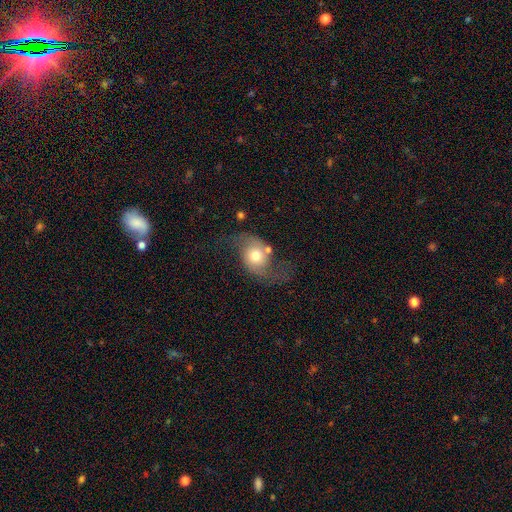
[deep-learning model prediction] Smooth or featured?
  - featured or disk: 69% *
  - smooth: 23%
  - star or artifact: 8%
Edge-on disk?
  - no: 96% *
  - yes: 4%
Bar?
  - no: 74% *
  - weak: 21%
  - strong: 5%
Spiral arms?
  - yes: 90% *
  - no: 10%
Spiral winding?
  - loose: 78% *
  - medium: 18%
  - tight: 4%
Spiral arm count?
  - 2: 92% *
  - can't tell: 2%
  - 1: 2%
  - 3: 1%
  - 4: 1%
  - more than 4: 1%
Bulge size?
  - moderate: 64% *
  - large: 16%
  - small: 13%
  - dominant: 4%
  - none: 2%
Merging?
  - none: 54% *
  - major disturbance: 20%
  - minor disturbance: 20%
  - merger: 6%